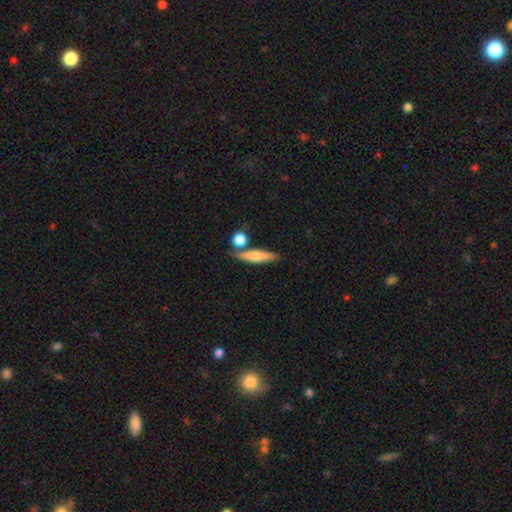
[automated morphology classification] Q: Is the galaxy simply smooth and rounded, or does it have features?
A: smooth — 61%.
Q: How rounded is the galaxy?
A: cigar-shaped — 74%.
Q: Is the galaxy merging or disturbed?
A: none — 72%.